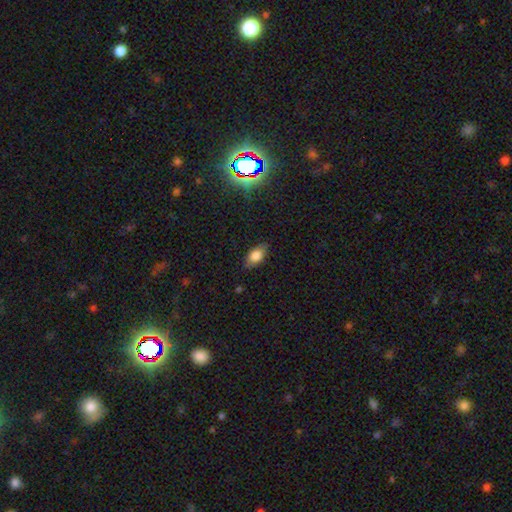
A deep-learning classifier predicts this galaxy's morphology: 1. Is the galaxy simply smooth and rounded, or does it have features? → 79% smooth, 13% featured or disk, 8% star or artifact.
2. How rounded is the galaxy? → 89% in between, 6% round, 5% cigar-shaped.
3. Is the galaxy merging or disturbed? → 82% none, 14% minor disturbance, 3% major disturbance, 1% merger.